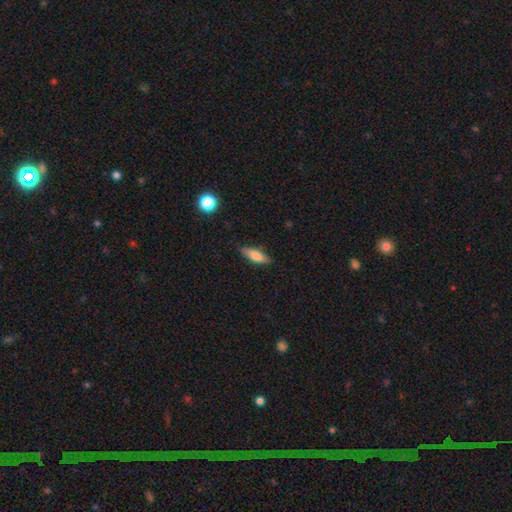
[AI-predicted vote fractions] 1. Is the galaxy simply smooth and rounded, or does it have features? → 77% smooth, 16% featured or disk, 7% star or artifact.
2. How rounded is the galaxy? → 54% in between, 44% cigar-shaped, 2% round.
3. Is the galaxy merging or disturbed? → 82% none, 14% minor disturbance, 3% major disturbance, 1% merger.